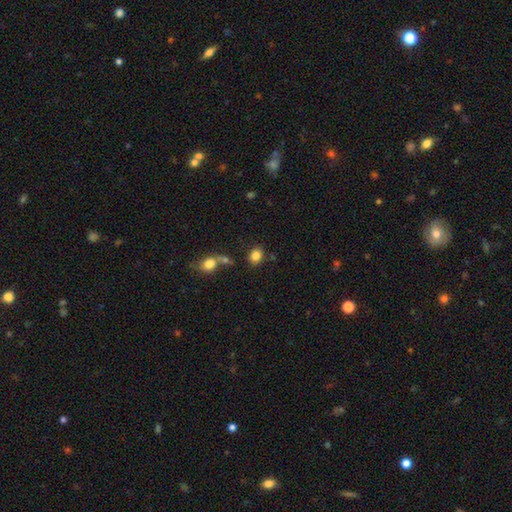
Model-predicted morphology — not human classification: Smooth or featured? smooth (83%)
How rounded? round (53%)
Merging? none (75%)